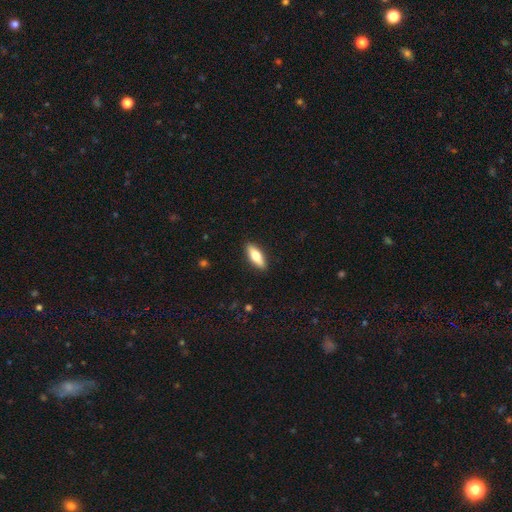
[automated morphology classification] type=smooth (66%); roundness=in between (62%); merging=none (90%).